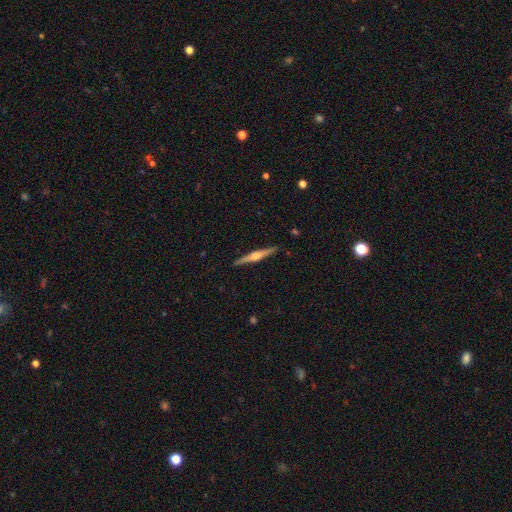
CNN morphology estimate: This is likely a featured or disk galaxy (77%). It is clearly viewed edge-on (99%). Edge-on bulge: clearly rounded (87%). Merging: clearly none (92%).